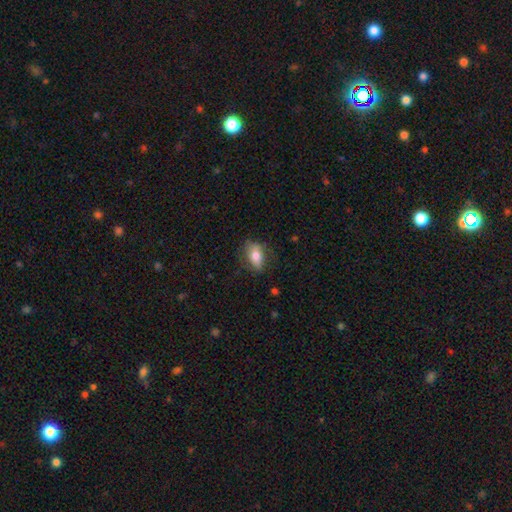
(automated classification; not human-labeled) Q: Smooth or featured?
A: smooth (71%); runner-up: featured or disk (22%)
Q: How rounded?
A: in between (83%); runner-up: round (12%)
Q: Merging?
A: none (72%); runner-up: minor disturbance (20%)